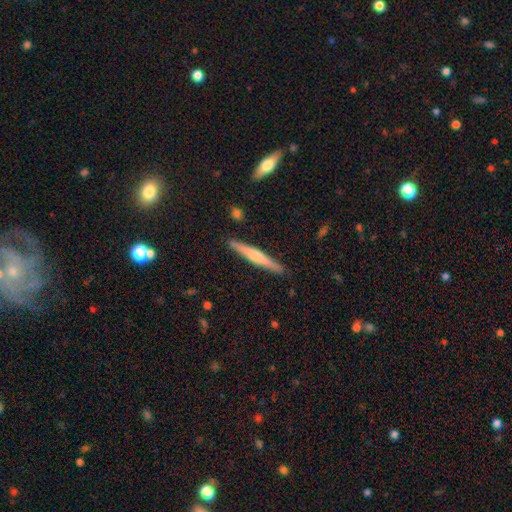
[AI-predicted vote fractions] Q: Smooth or featured?
A: featured or disk (50%); runner-up: smooth (44%)
Q: Edge-on disk?
A: yes (97%); runner-up: no (3%)
Q: Merging?
A: none (90%); runner-up: minor disturbance (7%)